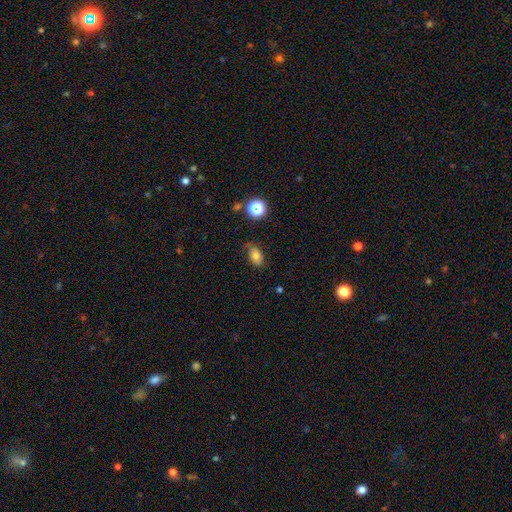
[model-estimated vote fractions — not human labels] Smooth or featured? smooth (73%)
How rounded? in between (86%)
Merging? none (69%)